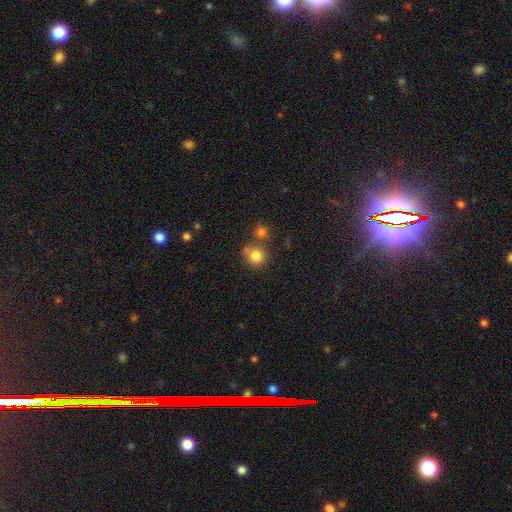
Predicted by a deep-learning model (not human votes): Morphology: type=smooth (83%); roundness=round (88%); merging=none (62%).